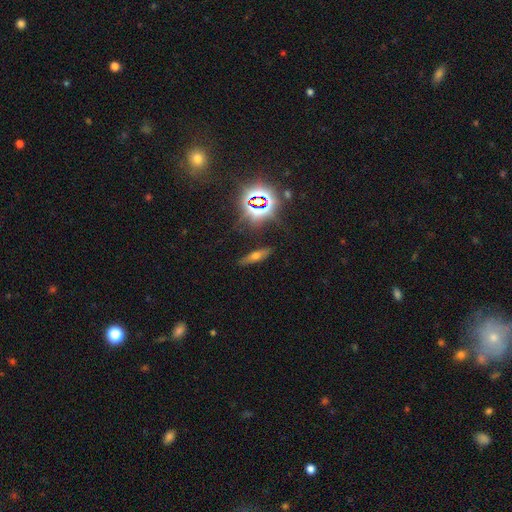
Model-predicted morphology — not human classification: This is marginally a smooth galaxy (42%). Merging: clearly none (84%).